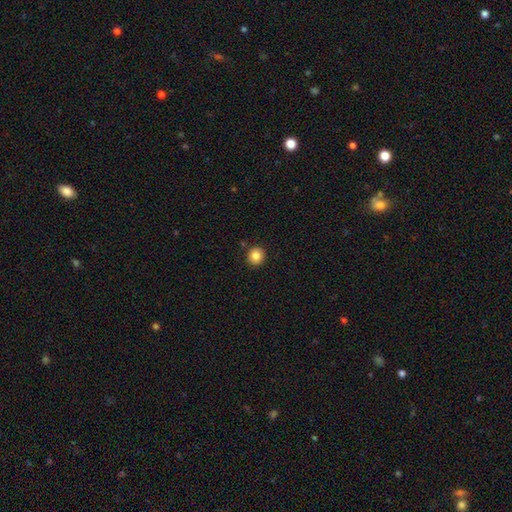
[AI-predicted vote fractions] Morphology: type=smooth (85%); roundness=round (88%); merging=none (89%).